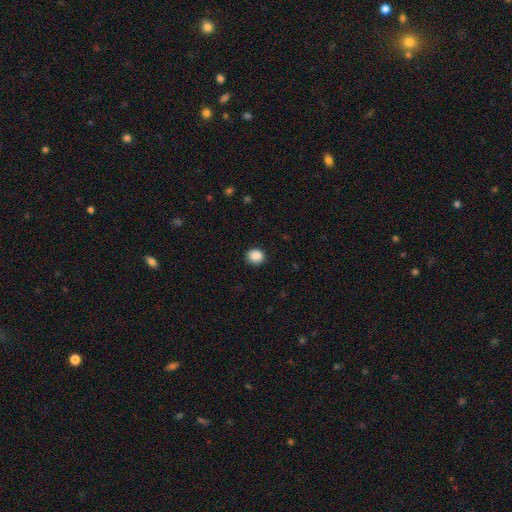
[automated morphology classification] A smooth galaxy with no disk features (88%) that is round (74%). Merging: none (89%).